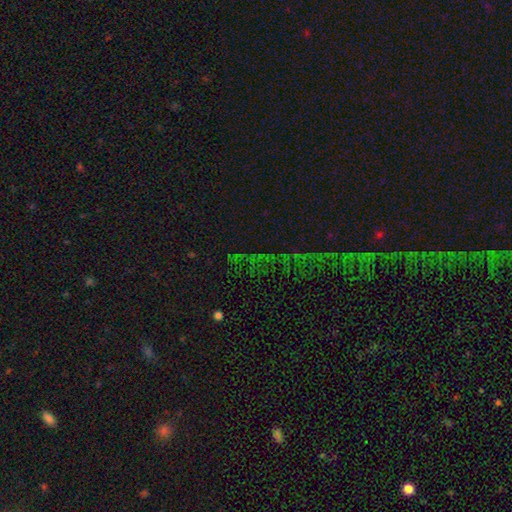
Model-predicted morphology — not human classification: Smooth or featured? star or artifact (80%)